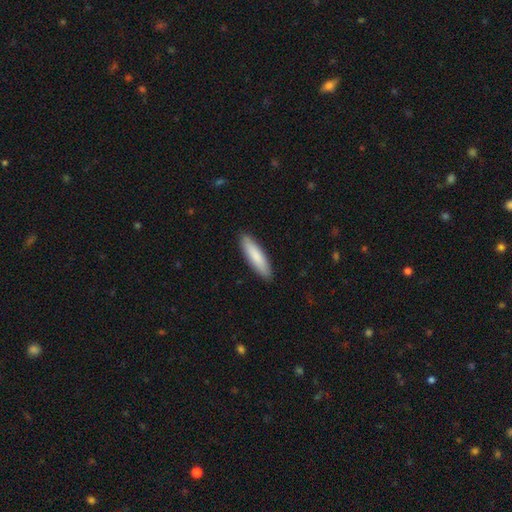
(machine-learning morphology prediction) A smooth galaxy with no disk features (84%) that is cigar-shaped (71%). Merging: none (89%).